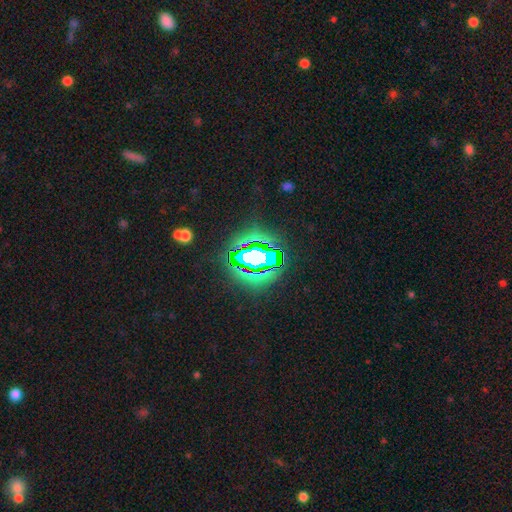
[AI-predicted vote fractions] smooth-or-featured: star or artifact: 64% | smooth: 21% | featured or disk: 16%